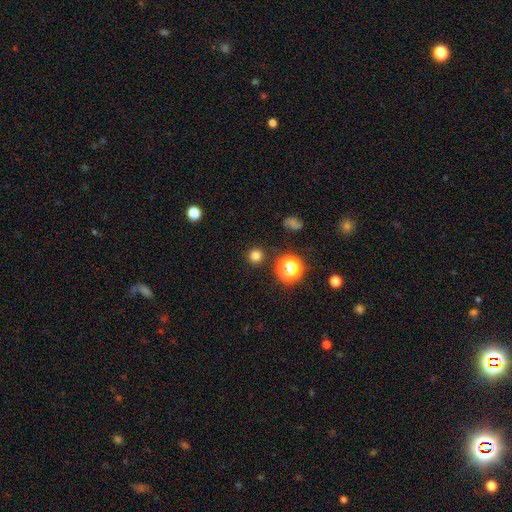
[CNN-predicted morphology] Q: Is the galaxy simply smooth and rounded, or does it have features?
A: smooth — 77%.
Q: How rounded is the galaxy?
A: round — 95%.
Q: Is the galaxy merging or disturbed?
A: none — 90%.